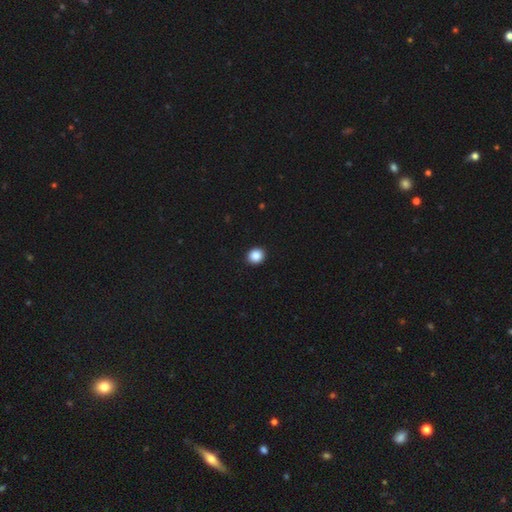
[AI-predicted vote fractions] smooth-or-featured: smooth: 88% | star or artifact: 9% | featured or disk: 3%
  how-rounded: round: 86% | in between: 13% | cigar-shaped: 1%
  merging: none: 93% | minor disturbance: 4% | major disturbance: 1% | merger: 1%